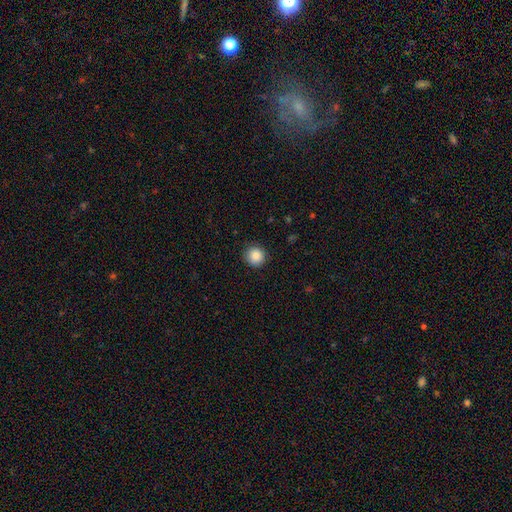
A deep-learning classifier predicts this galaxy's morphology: Q: Smooth or featured?
A: smooth (87%); runner-up: star or artifact (9%)
Q: How rounded?
A: round (94%); runner-up: in between (5%)
Q: Merging?
A: none (90%); runner-up: minor disturbance (7%)